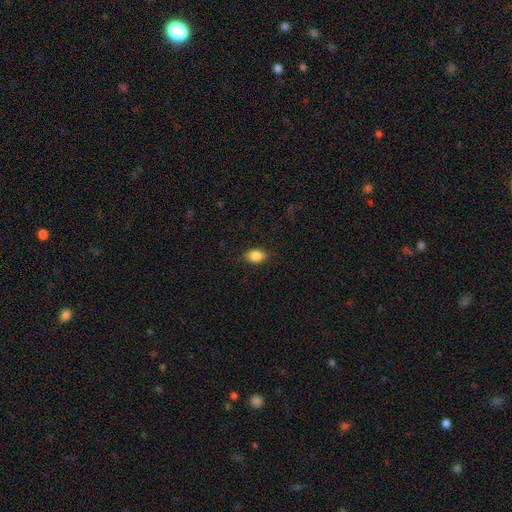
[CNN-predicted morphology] Smooth or featured? Predicted: smooth (p=0.85). How rounded? Predicted: in between (p=0.78). Merging? Predicted: none (p=0.85).